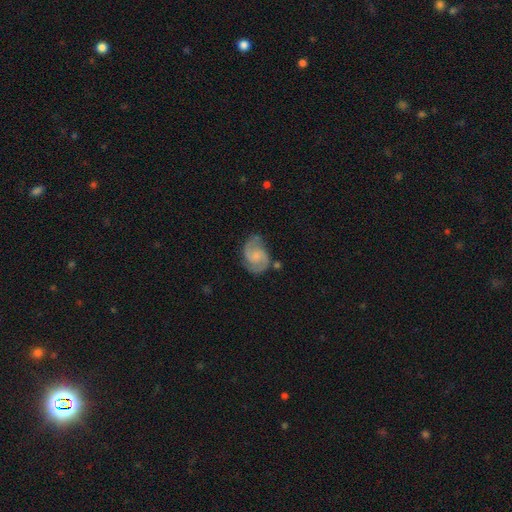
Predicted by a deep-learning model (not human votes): Q: Smooth or featured?
A: featured or disk (80%); runner-up: smooth (15%)
Q: Edge-on disk?
A: no (98%); runner-up: yes (2%)
Q: Bar?
A: no (54%); runner-up: weak (40%)
Q: Spiral arms?
A: yes (96%); runner-up: no (4%)
Q: Spiral winding?
A: medium (55%); runner-up: loose (23%)
Q: Spiral arm count?
A: 2 (91%); runner-up: can't tell (4%)
Q: Bulge size?
A: small (44%); runner-up: none (29%)
Q: Merging?
A: none (67%); runner-up: minor disturbance (21%)